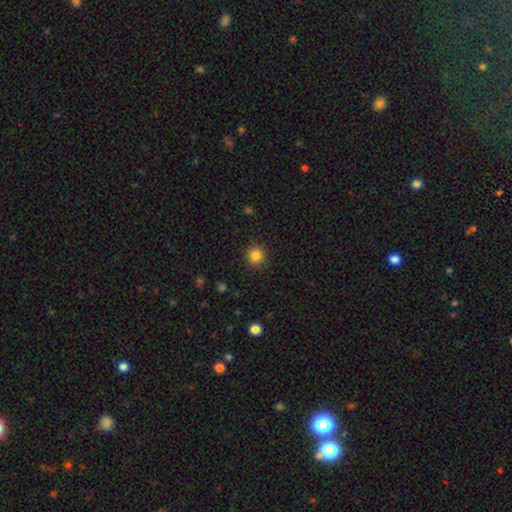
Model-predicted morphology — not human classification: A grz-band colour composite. It shows a smooth galaxy with no disk features (84%) that is round (94%). Merging: none (92%).